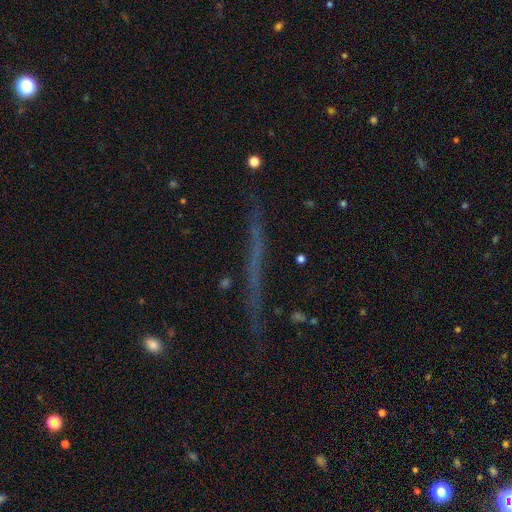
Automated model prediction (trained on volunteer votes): Smooth or featured? featured or disk (38%)
Merging? none (83%)